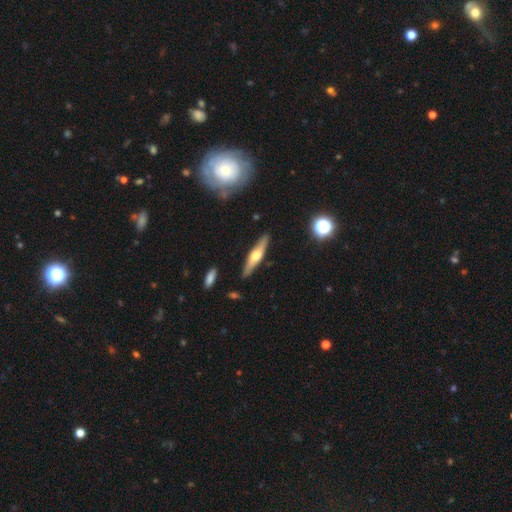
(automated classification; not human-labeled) Smooth or featured?
  - featured or disk: 55% *
  - smooth: 39%
  - star or artifact: 6%
Edge-on disk?
  - yes: 93% *
  - no: 7%
Edge-on bulge?
  - rounded: 91% *
  - boxy: 5%
  - none: 4%
Merging?
  - none: 88% *
  - minor disturbance: 9%
  - merger: 2%
  - major disturbance: 2%